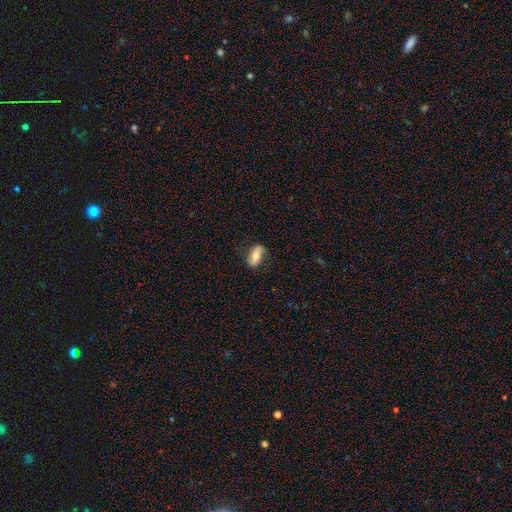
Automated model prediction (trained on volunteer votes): Smooth or featured?
  - smooth: 54% *
  - featured or disk: 38%
  - star or artifact: 7%
How rounded?
  - in between: 78% *
  - cigar-shaped: 17%
  - round: 5%
Merging?
  - none: 73% *
  - minor disturbance: 19%
  - major disturbance: 6%
  - merger: 1%